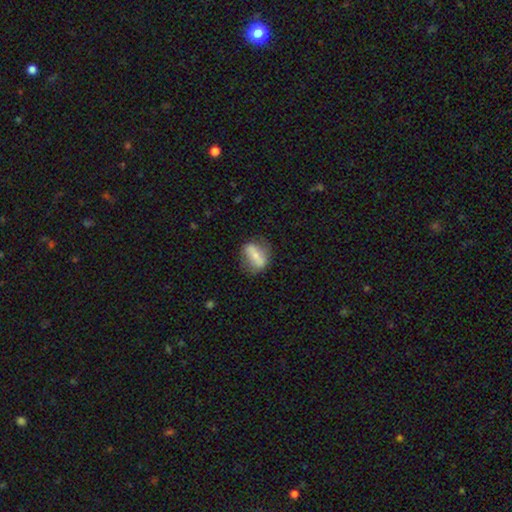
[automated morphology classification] This appears to be a smooth galaxy with no disk features (55%) that is in between round and cigar-shaped (66%). Merging: none (69%).